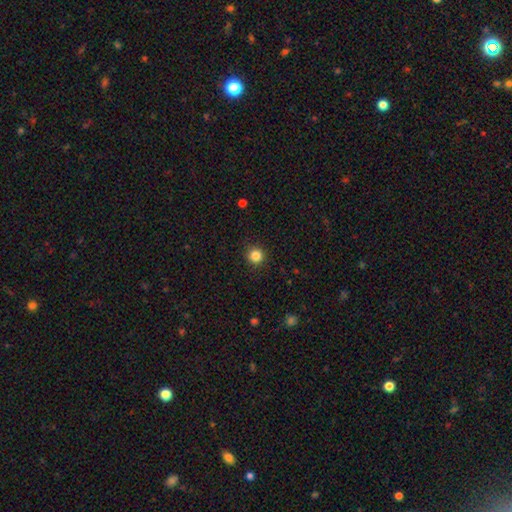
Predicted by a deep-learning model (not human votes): This is clearly a smooth galaxy (85%). How rounded: clearly round (95%). Merging: clearly none (91%).